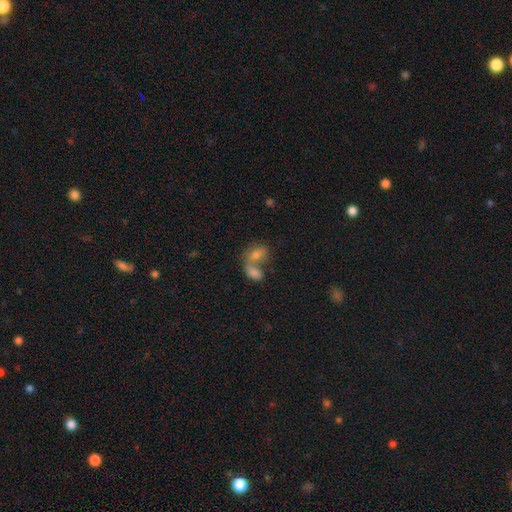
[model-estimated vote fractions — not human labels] A smooth galaxy with no disk features (73%) that is in between round and cigar-shaped (80%). Merging: merger (64%).